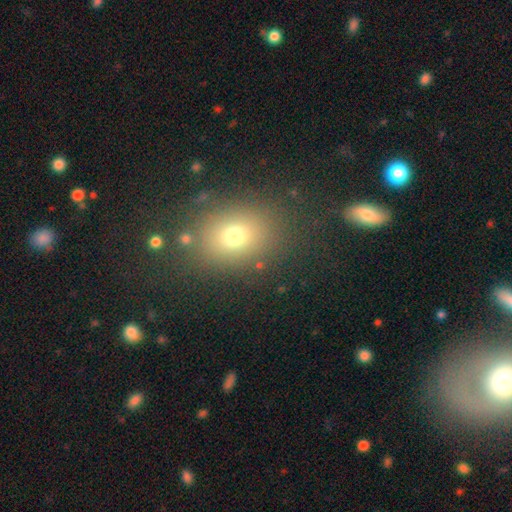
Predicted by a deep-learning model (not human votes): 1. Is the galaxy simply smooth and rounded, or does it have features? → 69% smooth, 19% star or artifact, 12% featured or disk.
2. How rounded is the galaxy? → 53% in between, 45% round, 1% cigar-shaped.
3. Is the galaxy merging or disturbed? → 82% none, 10% minor disturbance, 5% major disturbance, 4% merger.